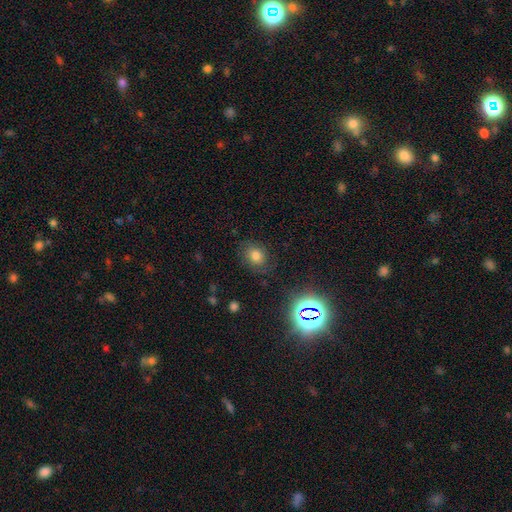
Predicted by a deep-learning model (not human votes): This appears to be a smooth galaxy with no disk features (63%) that is round (60%). Merging: none (77%).